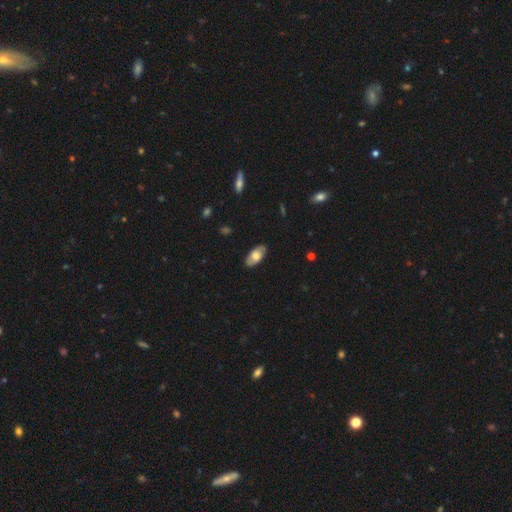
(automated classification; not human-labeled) Morphology: type=smooth (61%); roundness=in between (92%); merging=none (86%).